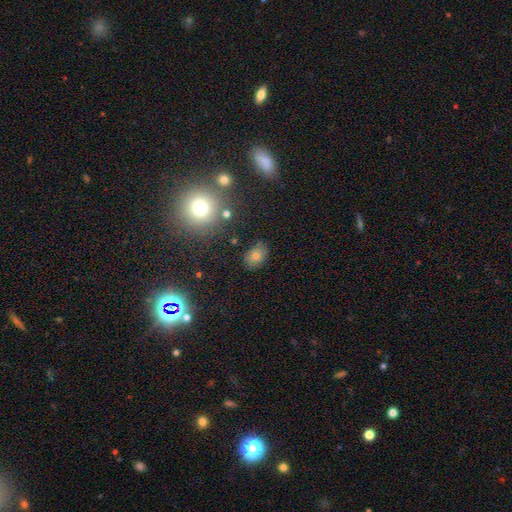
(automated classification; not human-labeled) Smooth or featured: smooth — 68% (star or artifact — 20%)
How rounded: in between — 72% (round — 26%)
Merging: none — 78% (minor disturbance — 15%)